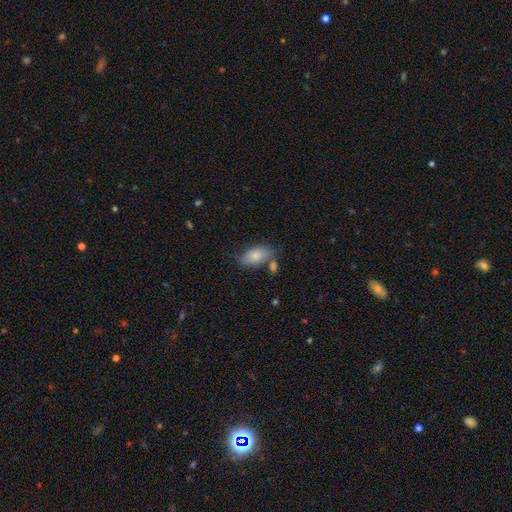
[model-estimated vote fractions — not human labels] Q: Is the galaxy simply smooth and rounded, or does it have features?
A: smooth — 81%.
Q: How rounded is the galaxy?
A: in between — 93%.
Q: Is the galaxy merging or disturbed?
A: none — 56%.